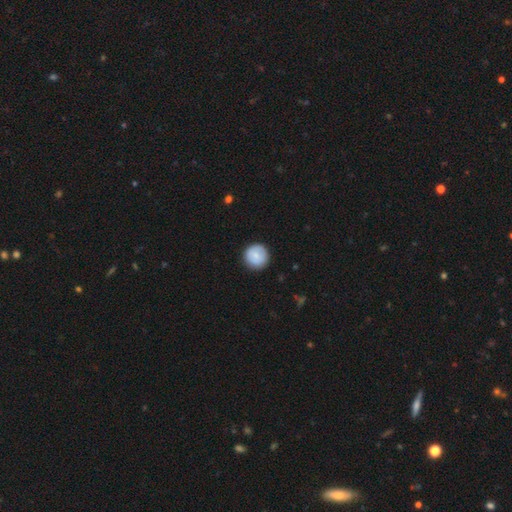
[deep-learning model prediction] Smooth or featured? Predicted: smooth (p=0.83). How rounded? Predicted: round (p=0.96). Merging? Predicted: none (p=0.90).